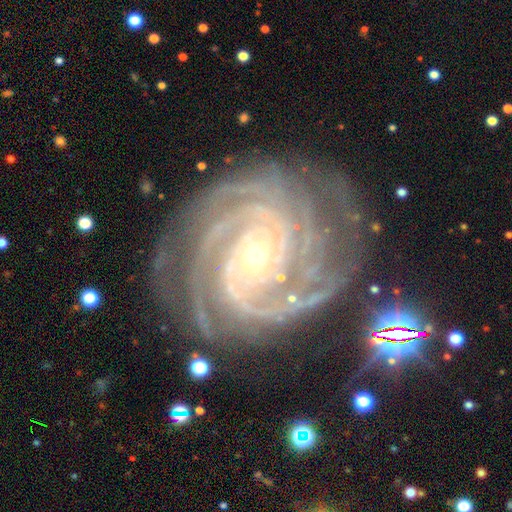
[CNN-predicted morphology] smooth-or-featured: featured or disk: 93% | star or artifact: 5% | smooth: 2%
  disk-edge-on: no: 98% | yes: 2%
    bar: no: 63% | weak: 22% | strong: 15%
    has-spiral-arms: yes: 99% | no: 1%
      spiral-winding: tight: 83% | medium: 15% | loose: 2%
      spiral-arm-count: 4: 27% | 3: 23% | more than 4: 18% | 2: 13% | can't tell: 12% | 1: 8%
    bulge-size: small: 68% | moderate: 29% | large: 1% | none: 1% | dominant: 1%
  merging: none: 76% | minor disturbance: 16% | major disturbance: 6% | merger: 2%